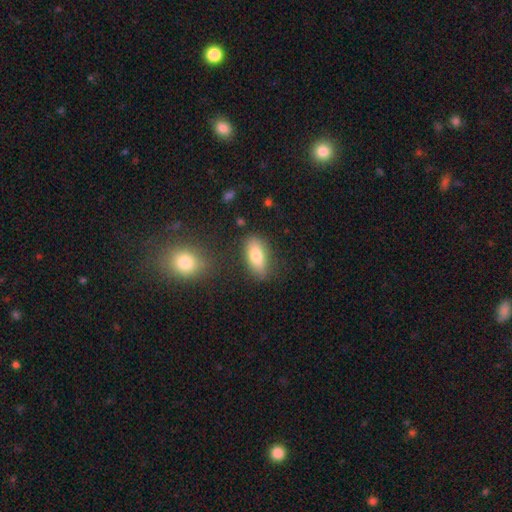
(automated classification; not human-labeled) This is likely a smooth galaxy (75%). How rounded: clearly in between (82%). Merging: likely none (80%).